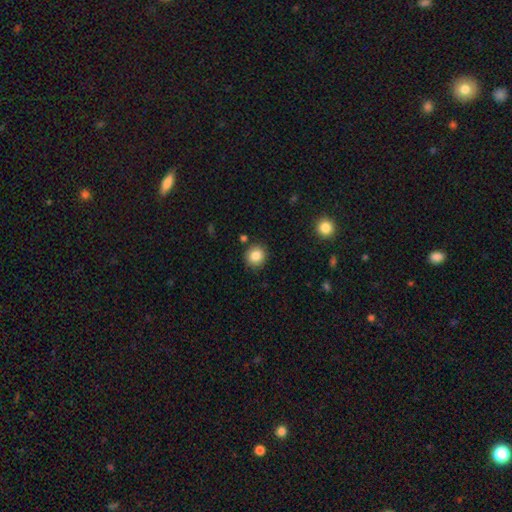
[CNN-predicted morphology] This appears to be a smooth galaxy with no disk features (85%) that is round (89%). Merging: none (88%).